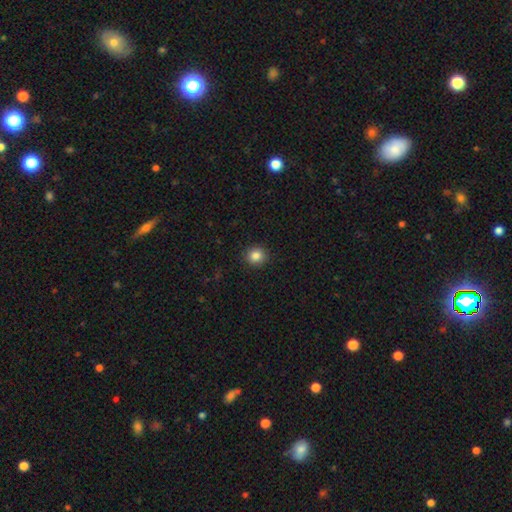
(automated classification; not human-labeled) smooth-or-featured: smooth: 85% | star or artifact: 11% | featured or disk: 5%
  how-rounded: round: 90% | in between: 9% | cigar-shaped: 1%
  merging: none: 92% | minor disturbance: 6% | major disturbance: 2% | merger: 1%